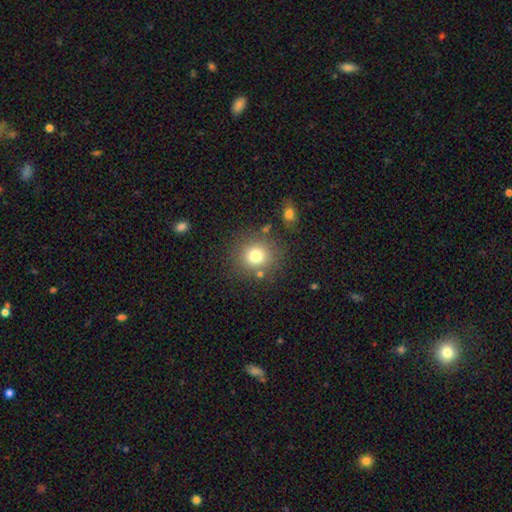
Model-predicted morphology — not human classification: The model was most divided on "smooth or featured": smooth: 76%, star or artifact: 13%, featured or disk: 10%. More confident: how rounded — round (87%); merging — none (80%).